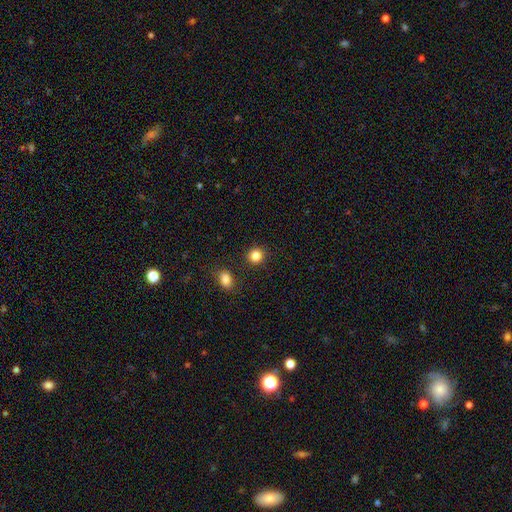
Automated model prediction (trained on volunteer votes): Smooth or featured: smooth — 85% (star or artifact — 11%)
How rounded: round — 88% (in between — 11%)
Merging: none — 89% (minor disturbance — 6%)